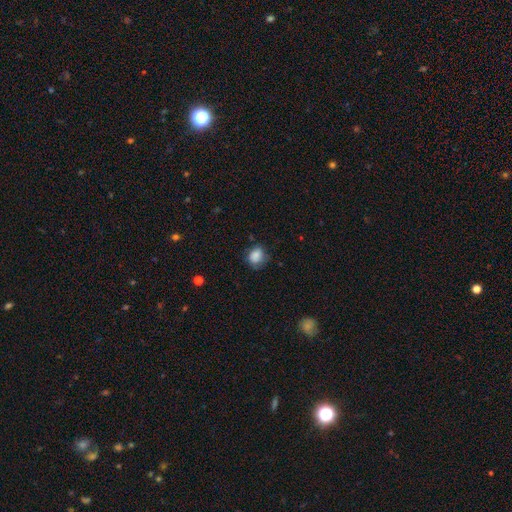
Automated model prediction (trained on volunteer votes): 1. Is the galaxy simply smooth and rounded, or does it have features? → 82% smooth, 9% star or artifact, 8% featured or disk.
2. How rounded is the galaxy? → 56% round, 43% in between, 1% cigar-shaped.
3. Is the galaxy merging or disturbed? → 59% none, 29% minor disturbance, 11% major disturbance, 2% merger.